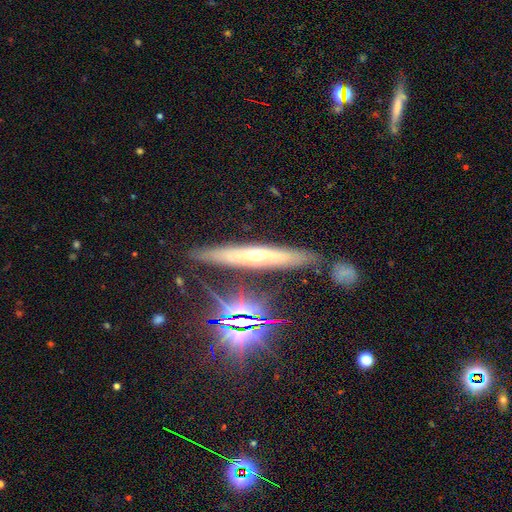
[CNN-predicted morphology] Q: Smooth or featured?
A: featured or disk (54%); runner-up: smooth (29%)
Q: Edge-on disk?
A: yes (85%); runner-up: no (15%)
Q: Merging?
A: none (82%); runner-up: minor disturbance (11%)